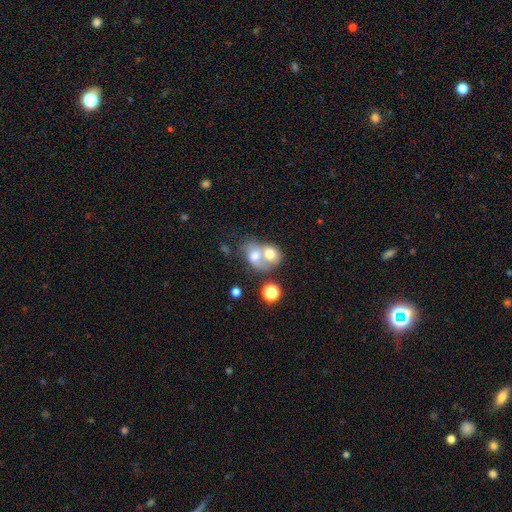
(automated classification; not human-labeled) smooth 66%, featured or disk 24%, star or artifact 9%. Down the decision tree: how rounded — round (52%); merging — merger (75%).